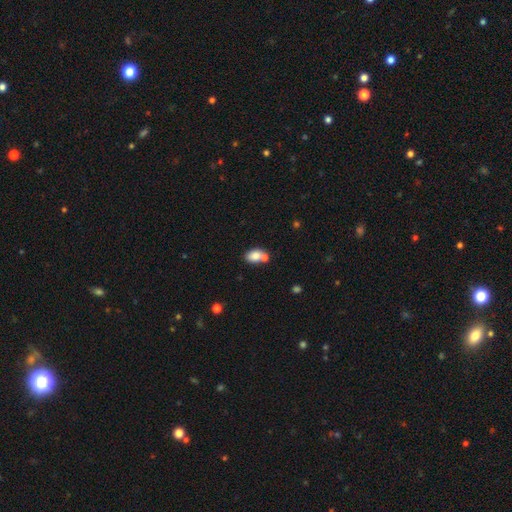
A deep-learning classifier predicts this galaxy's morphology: Smooth or featured: smooth — 80% (featured or disk — 11%)
How rounded: in between — 80% (round — 19%)
Merging: none — 45% (merger — 39%)